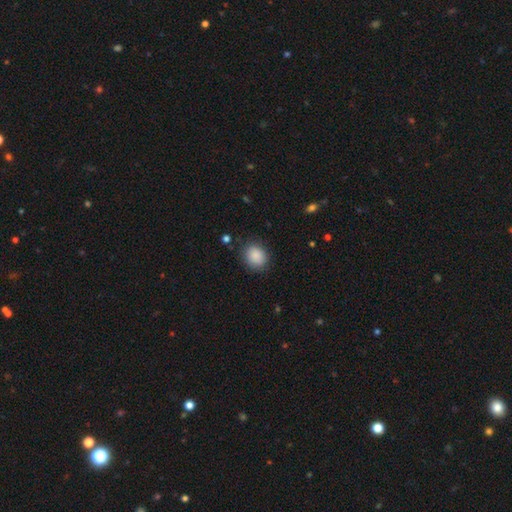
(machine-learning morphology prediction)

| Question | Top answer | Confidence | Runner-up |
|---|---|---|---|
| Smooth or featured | smooth | 88% | star or artifact (8%) |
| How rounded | round | 63% | in between (36%) |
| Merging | none | 84% | minor disturbance (12%) |